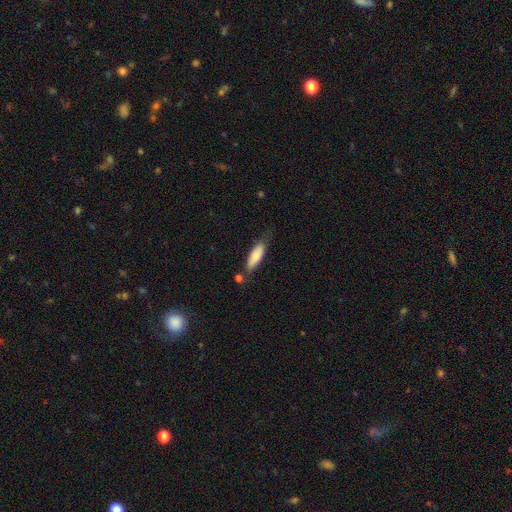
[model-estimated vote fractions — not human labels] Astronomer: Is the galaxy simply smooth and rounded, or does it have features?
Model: smooth — 78%.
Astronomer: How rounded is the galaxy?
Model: in between — 50% (runner-up: cigar-shaped, 49%).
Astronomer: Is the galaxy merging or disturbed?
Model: none — 65%.